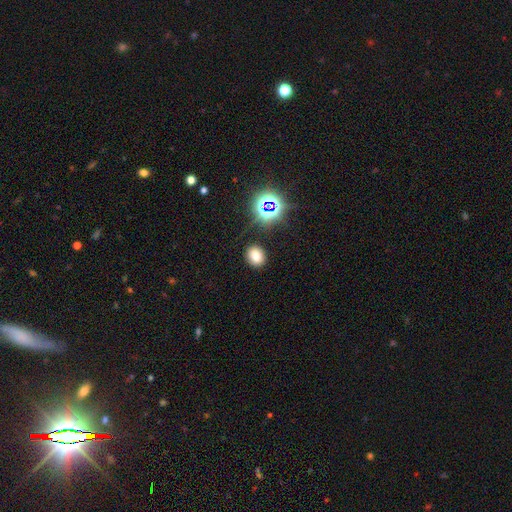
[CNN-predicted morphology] smooth_or_featured: smooth (p=0.73) [alt: star or artifact p=0.19]
how_rounded: round (p=0.58) [alt: in between p=0.41]
merging: none (p=0.88) [alt: minor disturbance p=0.08]